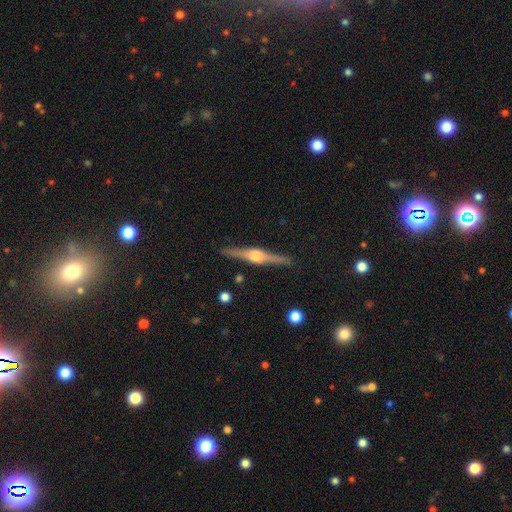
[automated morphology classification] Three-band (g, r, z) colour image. It shows a featured or disk galaxy (86%) viewed edge-on (98%) with a rounded central bulge (90%). Merging: none (91%).